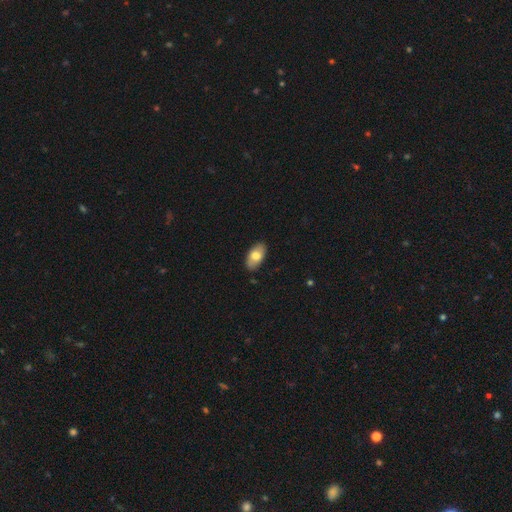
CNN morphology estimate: This is likely a smooth galaxy (74%). How rounded: clearly in between (94%). Merging: clearly none (86%).